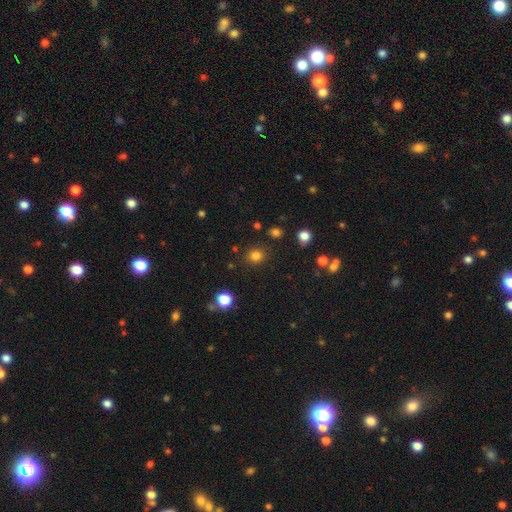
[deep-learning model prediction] smooth_or_featured: smooth (p=0.81) [alt: star or artifact p=0.14]
how_rounded: round (p=0.77) [alt: in between p=0.22]
merging: none (p=0.86) [alt: minor disturbance p=0.08]